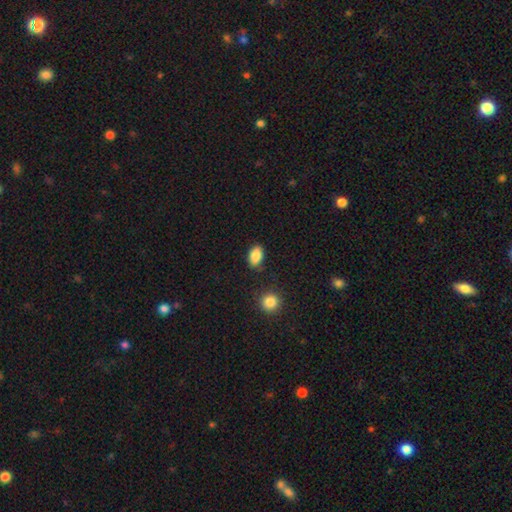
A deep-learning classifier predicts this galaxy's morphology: Smooth or featured: smooth — 87% (star or artifact — 8%)
How rounded: in between — 88% (round — 10%)
Merging: none — 82% (minor disturbance — 12%)